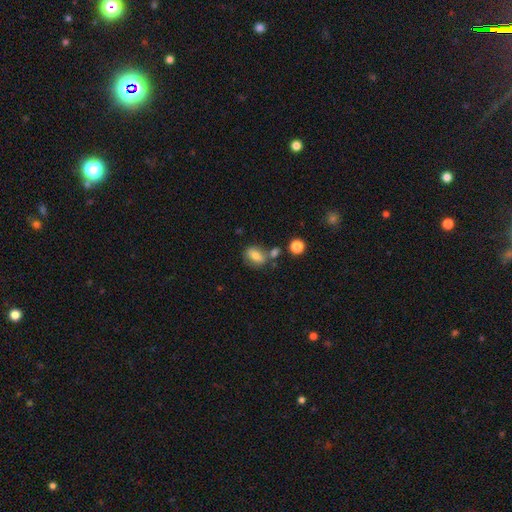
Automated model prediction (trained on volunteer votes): A smooth galaxy with no disk features (71%) that is in between round and cigar-shaped (69%). Merging: none (60%).